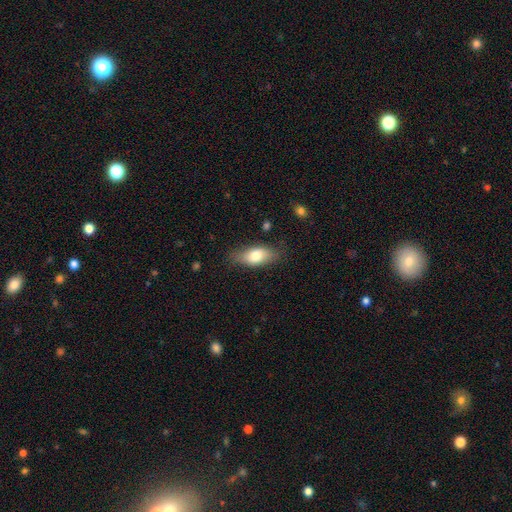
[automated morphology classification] This appears to be a smooth galaxy with no disk features (75%) that is in between round and cigar-shaped (85%). Merging: none (78%).